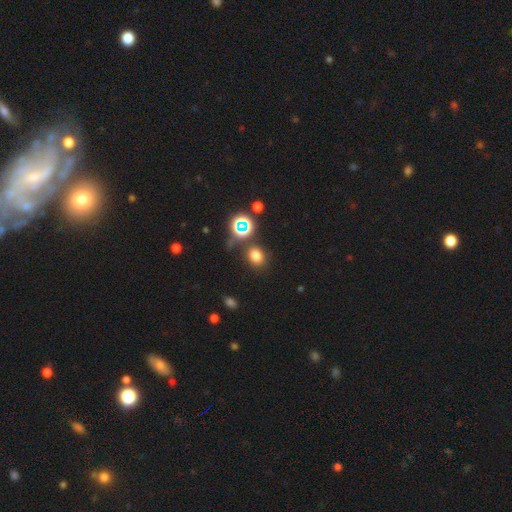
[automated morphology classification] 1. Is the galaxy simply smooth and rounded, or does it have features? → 71% smooth, 23% star or artifact, 7% featured or disk.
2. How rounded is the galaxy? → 57% round, 42% in between, 1% cigar-shaped.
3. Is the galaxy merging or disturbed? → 79% none, 12% minor disturbance, 5% merger, 4% major disturbance.